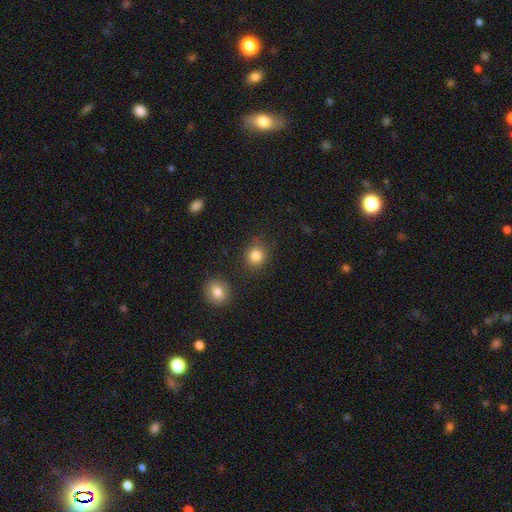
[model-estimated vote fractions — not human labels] The model was most divided on "how rounded": round: 79%, in between: 20%, cigar-shaped: 1%. More confident: smooth or featured — smooth (84%); merging — none (82%).